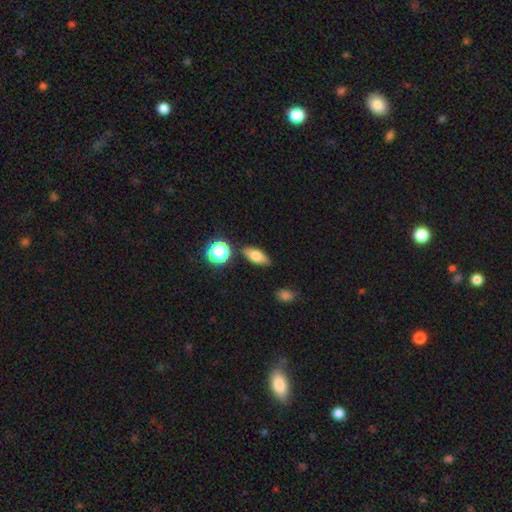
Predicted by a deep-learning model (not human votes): smooth-or-featured: smooth: 73% | featured or disk: 16% | star or artifact: 11%
  how-rounded: in between: 76% | cigar-shaped: 15% | round: 9%
  merging: none: 81% | minor disturbance: 12% | merger: 4% | major disturbance: 3%